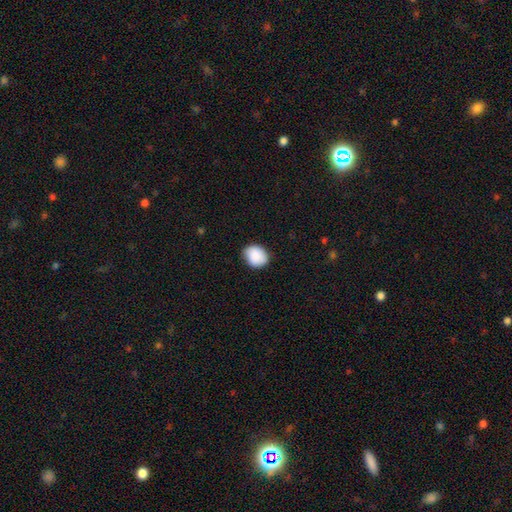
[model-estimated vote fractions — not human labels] A smooth galaxy with no disk features (89%) that is round (58%). Merging: none (80%).